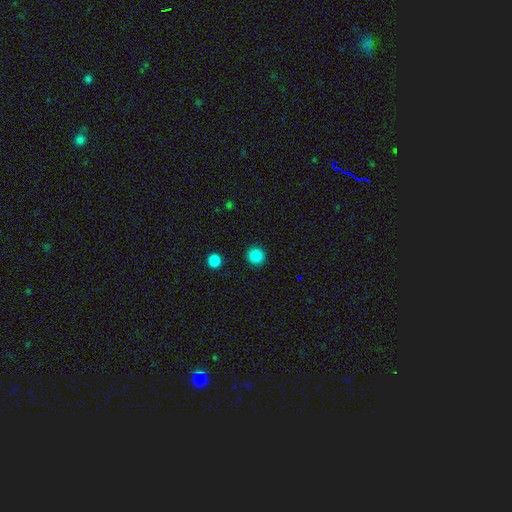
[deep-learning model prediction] The model was most divided on "smooth or featured": smooth: 86%, star or artifact: 11%, featured or disk: 3%. More confident: how rounded — round (95%); merging — none (93%).